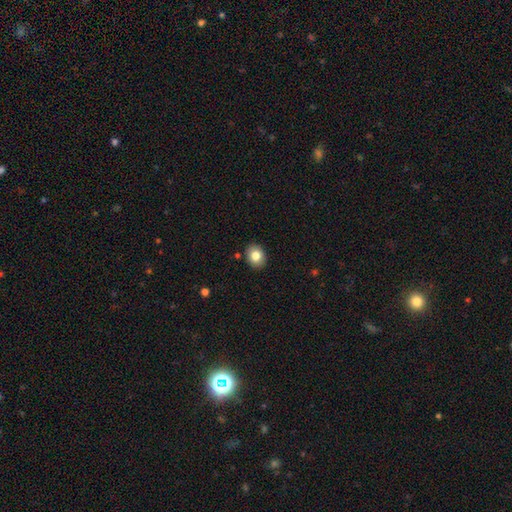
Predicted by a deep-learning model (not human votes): Smooth or featured: smooth — 81% (featured or disk — 10%)
How rounded: in between — 55% (round — 44%)
Merging: none — 89% (minor disturbance — 8%)